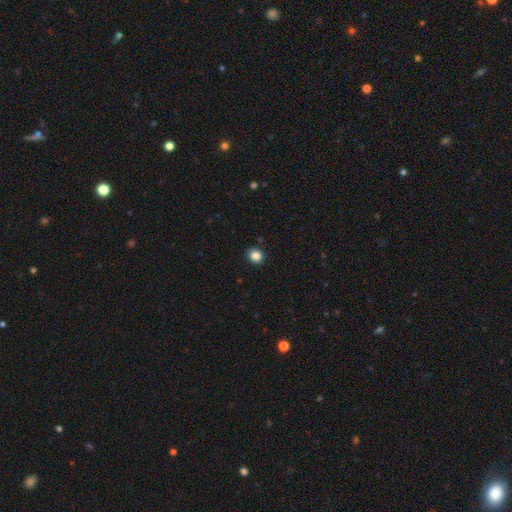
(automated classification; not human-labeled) Smooth or featured? smooth (85%)
How rounded? round (79%)
Merging? none (90%)